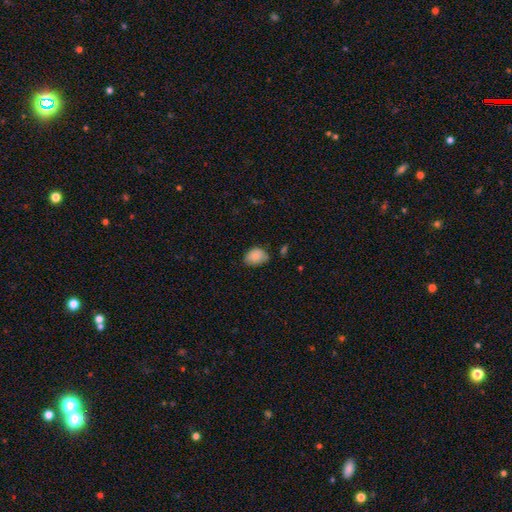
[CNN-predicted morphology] Overall: smooth (86%). How rounded: in between (75%). Merging: none (59%; minor disturbance 33%).